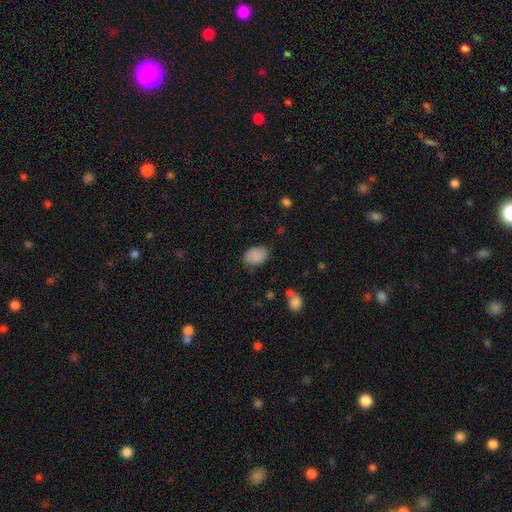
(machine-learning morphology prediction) Overall: smooth (88%). How rounded: in between (84%). Merging: none (80%).